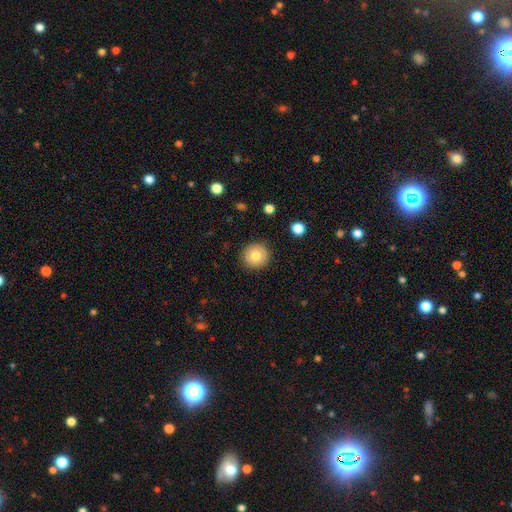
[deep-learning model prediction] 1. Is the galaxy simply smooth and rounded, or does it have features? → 78% smooth, 13% featured or disk, 9% star or artifact.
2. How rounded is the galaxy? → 95% round, 4% in between, 1% cigar-shaped.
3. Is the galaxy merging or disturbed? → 90% none, 7% minor disturbance, 2% major disturbance, 1% merger.